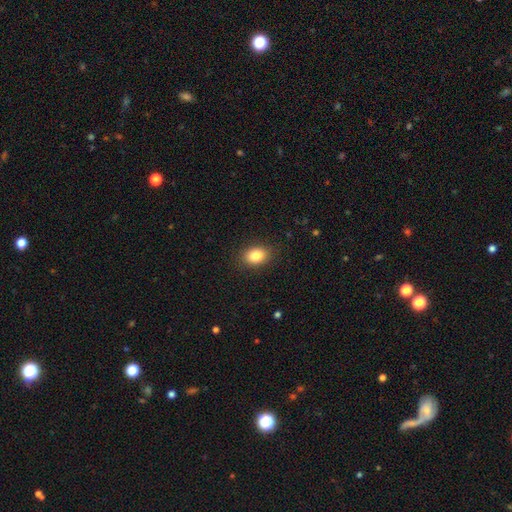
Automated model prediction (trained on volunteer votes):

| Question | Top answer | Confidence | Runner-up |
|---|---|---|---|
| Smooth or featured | smooth | 84% | star or artifact (9%) |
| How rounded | in between | 77% | round (22%) |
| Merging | none | 88% | minor disturbance (9%) |